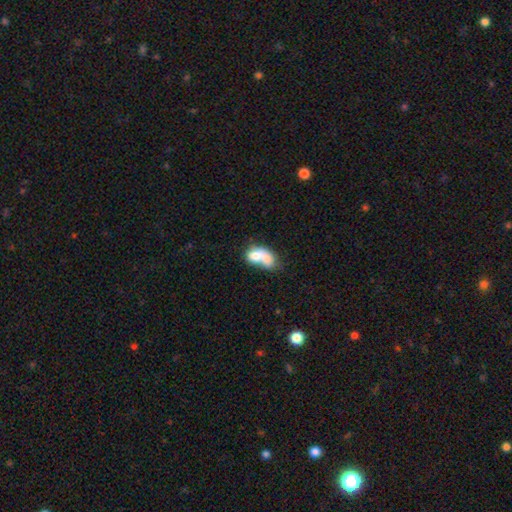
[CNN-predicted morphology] This is likely a smooth galaxy (67%). How rounded: clearly in between (81%). Merging: likely merger (63%).